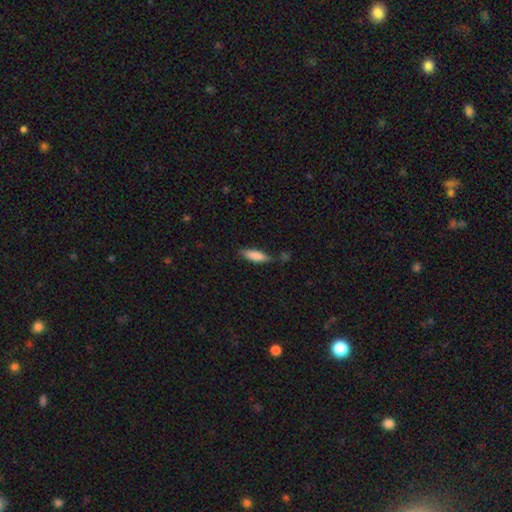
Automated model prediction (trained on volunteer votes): This appears to be a smooth galaxy with no disk features (84%) that is cigar-shaped (54%). Merging: none (72%).